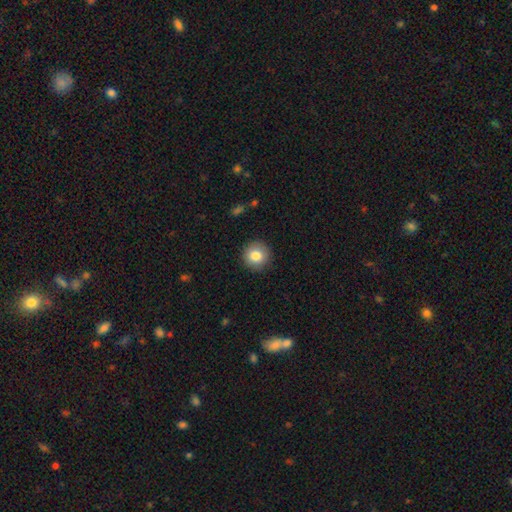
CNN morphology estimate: A smooth galaxy with no disk features (83%) that is round (94%).

Vote fractions:
- Smooth or featured? smooth: 83% / star or artifact: 9% / featured or disk: 8%
- How rounded? round: 94% / in between: 5% / cigar-shaped: 1%
- Merging? none: 91% / minor disturbance: 6% / major disturbance: 2% / merger: 1%